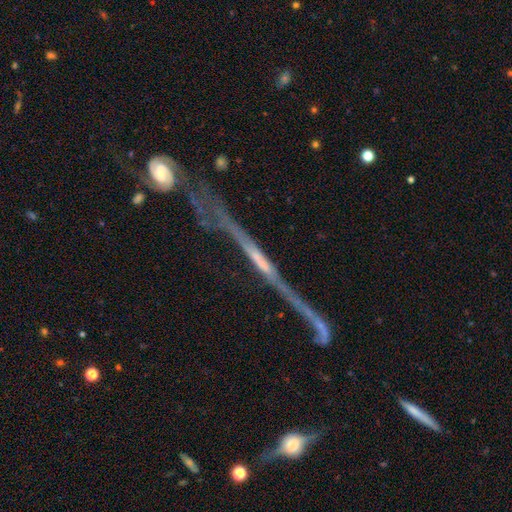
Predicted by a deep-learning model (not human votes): Morphology: type=featured or disk (79%); edge-on=yes (77%); edge-on bulge=none (47%); merging=none (37%).